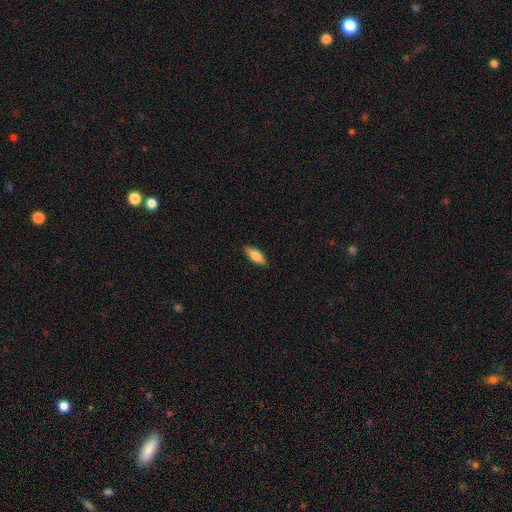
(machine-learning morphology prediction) smooth_or_featured: smooth (p=0.64) [alt: featured or disk p=0.30]
how_rounded: in between (p=0.57) [alt: cigar-shaped p=0.40]
merging: none (p=0.87) [alt: minor disturbance p=0.10]